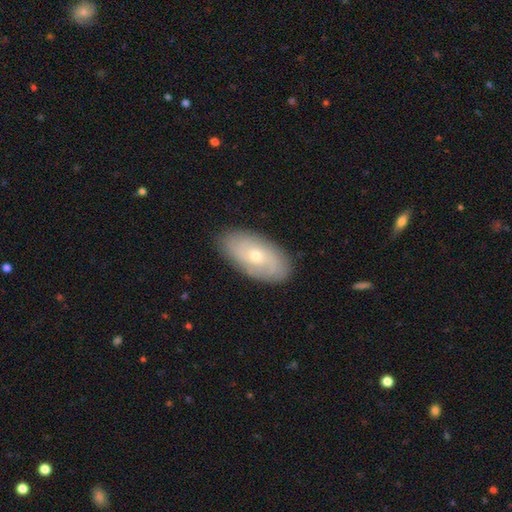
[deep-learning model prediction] A featured or disk galaxy (60%) with no bar (75%), spiral arms (78%) and a small central bulge (63%). Merging: none (84%).